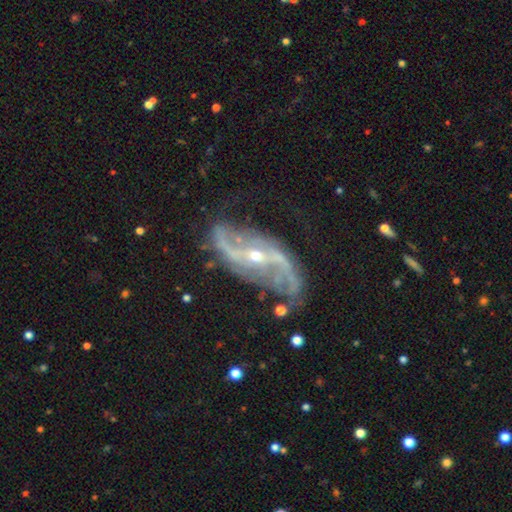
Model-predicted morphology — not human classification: Smooth or featured? Predicted: featured or disk (p=0.90). Edge-on disk? Predicted: no (p=0.94). Bar? Predicted: no (p=0.36). Spiral arms? Predicted: yes (p=0.96). Spiral winding? Predicted: loose (p=0.74). Spiral arm count? Predicted: 2 (p=0.90). Bulge size? Predicted: small (p=0.70). Merging? Predicted: none (p=0.64).